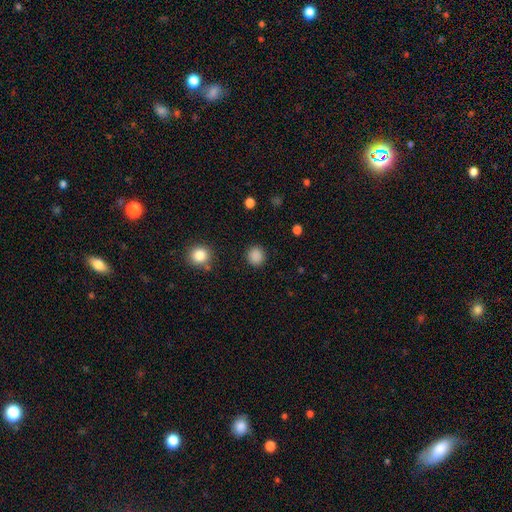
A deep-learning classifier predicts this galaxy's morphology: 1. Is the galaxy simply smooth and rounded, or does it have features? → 87% smooth, 10% star or artifact, 3% featured or disk.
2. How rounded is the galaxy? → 88% round, 11% in between, 1% cigar-shaped.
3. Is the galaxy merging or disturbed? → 89% none, 7% minor disturbance, 3% major disturbance, 1% merger.